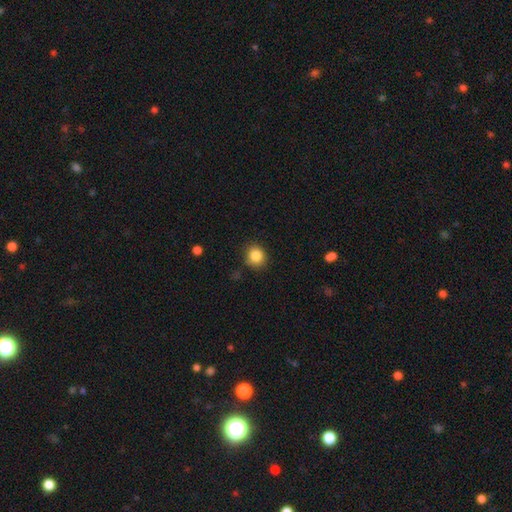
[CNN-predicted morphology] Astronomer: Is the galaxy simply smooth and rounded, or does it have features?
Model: smooth — 85%.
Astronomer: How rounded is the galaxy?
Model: round — 81%.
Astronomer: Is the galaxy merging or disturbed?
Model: none — 83%.